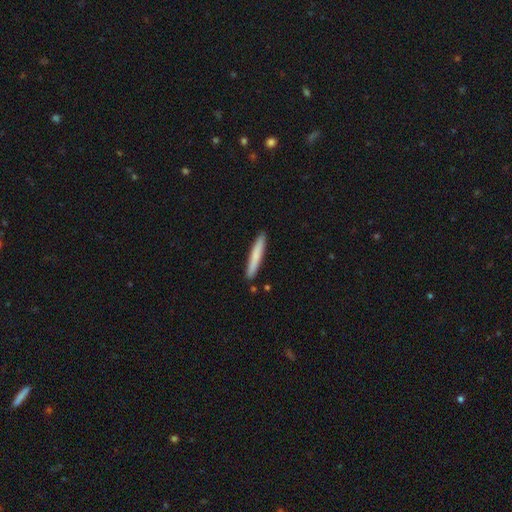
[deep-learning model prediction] Smooth or featured?
  - smooth: 74% *
  - featured or disk: 20%
  - star or artifact: 5%
How rounded?
  - cigar-shaped: 95% *
  - in between: 4%
  - round: 1%
Merging?
  - none: 89% *
  - minor disturbance: 7%
  - merger: 2%
  - major disturbance: 1%